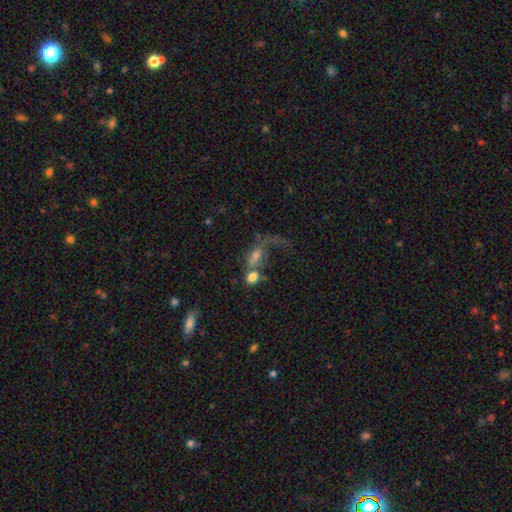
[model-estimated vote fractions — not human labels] smooth 47%, featured or disk 38%, star or artifact 15%. Down the decision tree: merging — merger (43%).